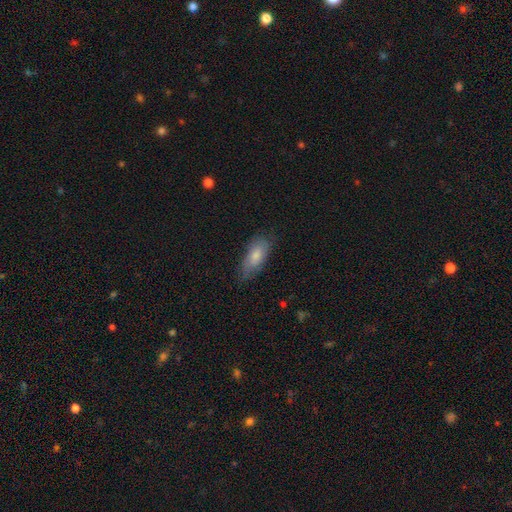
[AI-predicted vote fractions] smooth_or_featured: smooth (p=0.72) [alt: featured or disk p=0.21]
how_rounded: in between (p=0.83) [alt: cigar-shaped p=0.14]
merging: none (p=0.67) [alt: minor disturbance p=0.25]